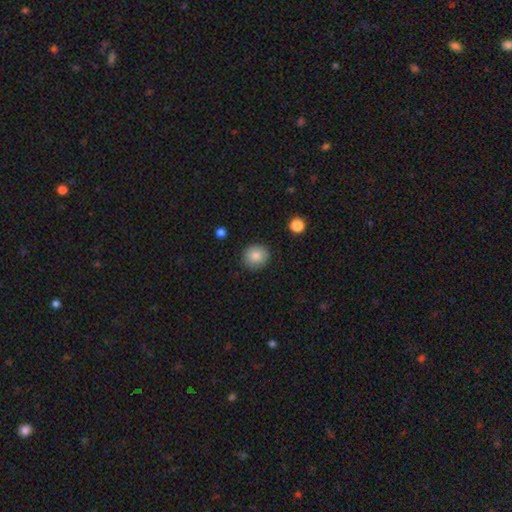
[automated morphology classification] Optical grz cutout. It shows a smooth galaxy with no disk features (84%) that is round (88%). Merging: none (89%).